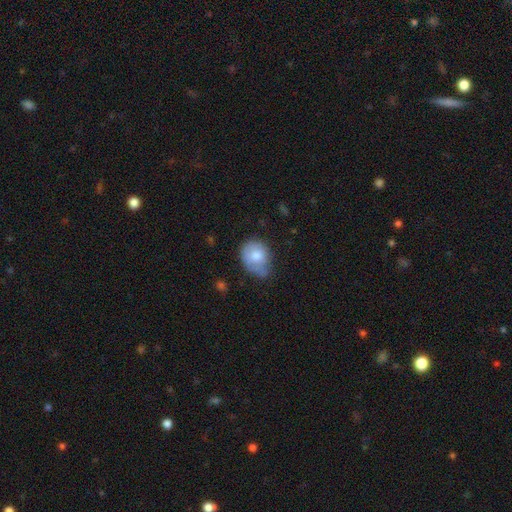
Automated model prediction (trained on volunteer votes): Overall: smooth (73%). How rounded: in between (54%; round 46%). Merging: minor disturbance (44%; none 37%).